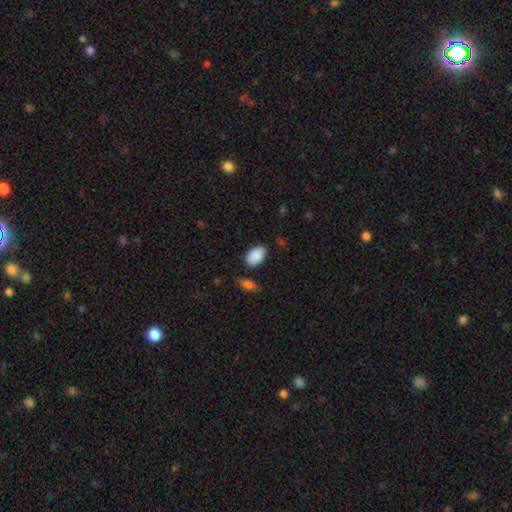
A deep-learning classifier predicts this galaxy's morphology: This appears to be a smooth galaxy with no disk features (90%) that is in between round and cigar-shaped (94%). Merging: none (82%).